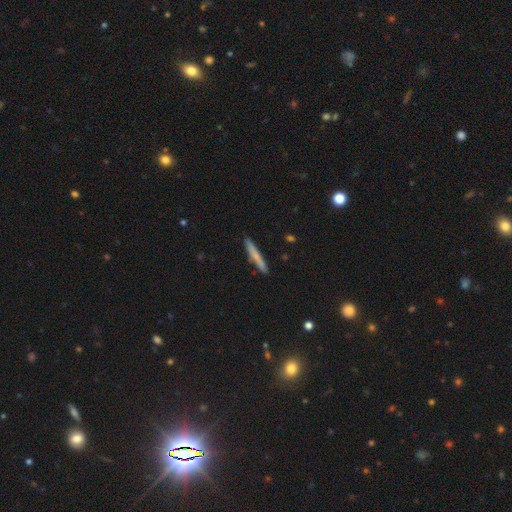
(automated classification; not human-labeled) Smooth or featured? Predicted: smooth (p=0.68). How rounded? Predicted: cigar-shaped (p=0.96). Merging? Predicted: none (p=0.90).